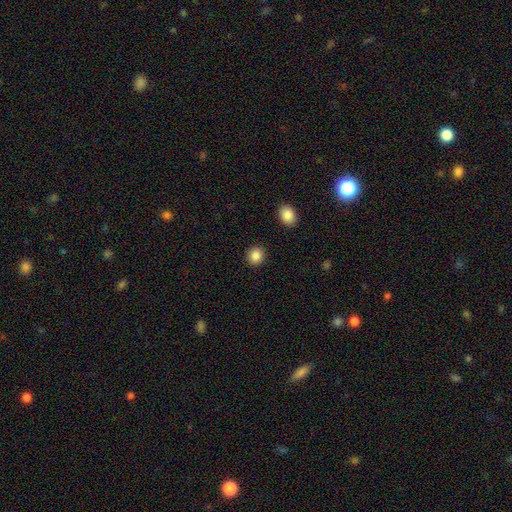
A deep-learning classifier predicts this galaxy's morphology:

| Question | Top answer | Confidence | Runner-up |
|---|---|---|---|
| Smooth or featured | smooth | 87% | star or artifact (9%) |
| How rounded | round | 86% | in between (13%) |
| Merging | none | 92% | minor disturbance (5%) |